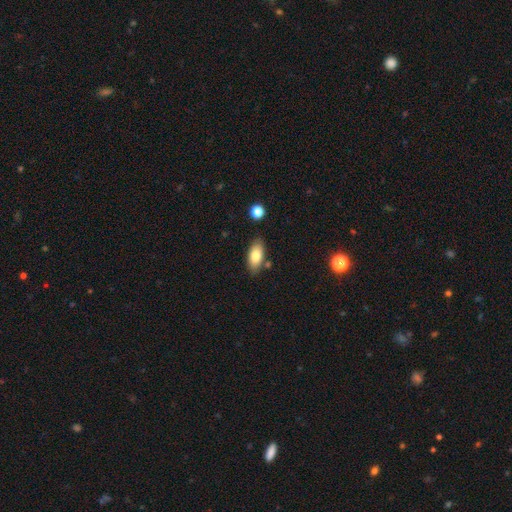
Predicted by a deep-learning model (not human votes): The model was most divided on "merging": none: 80%, minor disturbance: 13%, merger: 5%, major disturbance: 3%. More confident: how rounded — in between (90%); smooth or featured — smooth (80%).